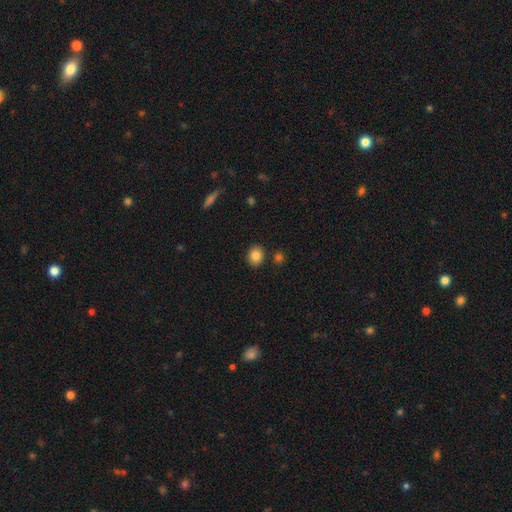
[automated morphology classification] This is clearly a smooth galaxy (84%). How rounded: likely round (68%). Merging: clearly none (87%).